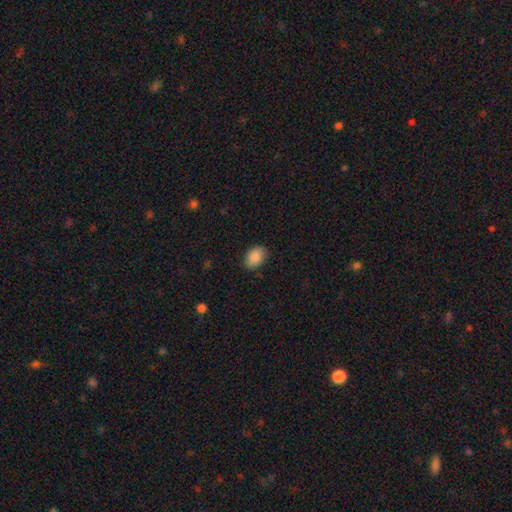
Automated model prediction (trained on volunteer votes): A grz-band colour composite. It shows a smooth galaxy with no disk features (89%) that is in between round and cigar-shaped (85%). Merging: none (83%).